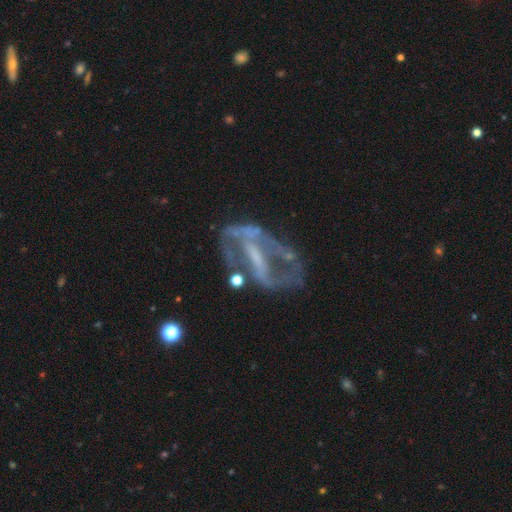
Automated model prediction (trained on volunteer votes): Q: Smooth or featured?
A: featured or disk (78%); runner-up: smooth (12%)
Q: Edge-on disk?
A: no (91%); runner-up: yes (9%)
Q: Bar?
A: strong (51%); runner-up: weak (27%)
Q: Spiral arms?
A: yes (55%); runner-up: no (45%)
Q: Bulge size?
A: none (44%); runner-up: small (33%)
Q: Merging?
A: none (45%); runner-up: major disturbance (29%)